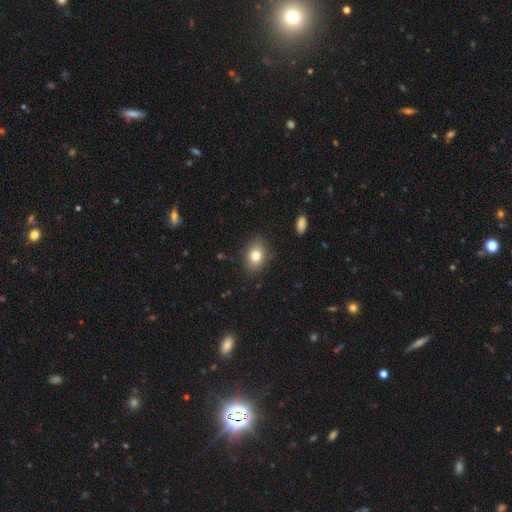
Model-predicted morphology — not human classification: This appears to be a smooth galaxy with no disk features (81%) that is in between round and cigar-shaped (70%). Merging: none (85%).